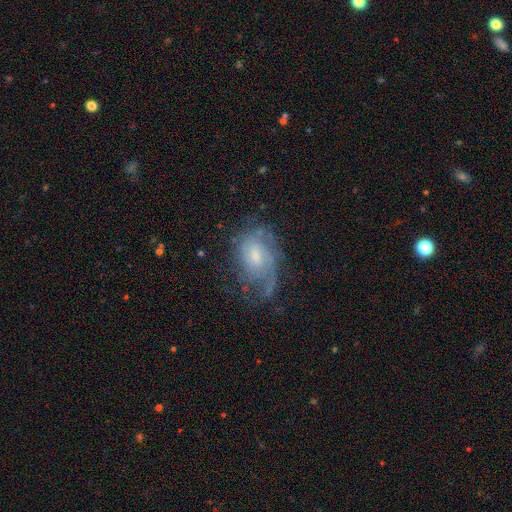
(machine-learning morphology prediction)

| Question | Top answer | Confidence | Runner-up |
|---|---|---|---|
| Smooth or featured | featured or disk | 70% | smooth (22%) |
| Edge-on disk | no | 96% | yes (4%) |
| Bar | no | 52% | weak (42%) |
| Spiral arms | yes | 84% | no (16%) |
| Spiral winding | tight | 40% | medium (38%) |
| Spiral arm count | can't tell | 36% | 2 (26%) |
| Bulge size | moderate | 44% | tied: small (44%) |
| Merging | none | 47% | major disturbance (26%) |